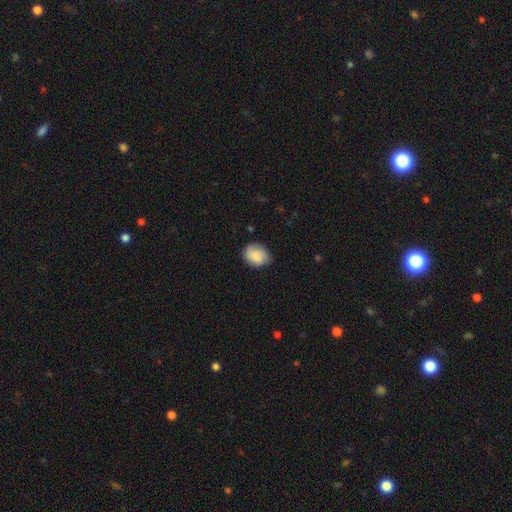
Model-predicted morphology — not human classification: Overall: smooth (84%). How rounded: in between (56%; round 43%). Merging: none (71%).